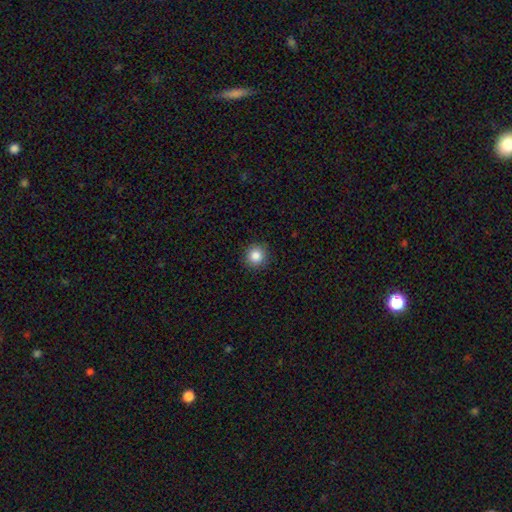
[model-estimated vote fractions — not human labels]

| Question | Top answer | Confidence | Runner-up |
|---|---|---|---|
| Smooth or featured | smooth | 85% | star or artifact (10%) |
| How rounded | round | 93% | in between (6%) |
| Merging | none | 91% | minor disturbance (6%) |